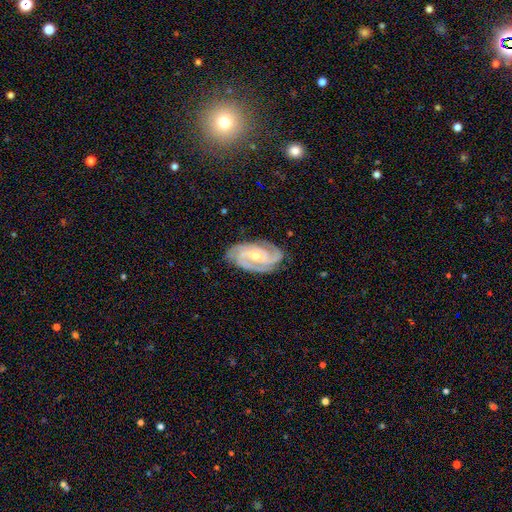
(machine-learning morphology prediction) smooth_or_featured: featured or disk (p=0.91) [alt: smooth p=0.05]
disk_edge_on: no (p=0.97) [alt: yes p=0.03]
bar: no (p=0.51) [alt: weak p=0.35]
has_spiral_arms: yes (p=0.98) [alt: no p=0.02]
spiral_winding: tight (p=0.70) [alt: medium p=0.27]
spiral_arm_count: 3 (p=0.53) [alt: 2 p=0.20]
bulge_size: small (p=0.51) [alt: moderate p=0.46]
merging: none (p=0.81) [alt: minor disturbance p=0.15]